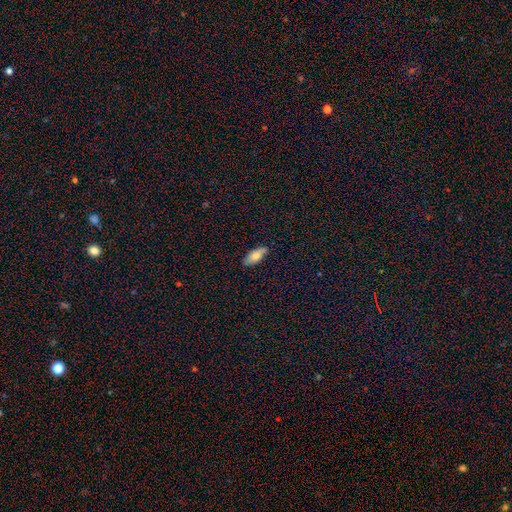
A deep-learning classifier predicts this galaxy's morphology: smooth-or-featured: smooth: 74% | featured or disk: 20% | star or artifact: 7%
  how-rounded: in between: 77% | cigar-shaped: 20% | round: 2%
  merging: none: 84% | minor disturbance: 12% | major disturbance: 2% | merger: 1%